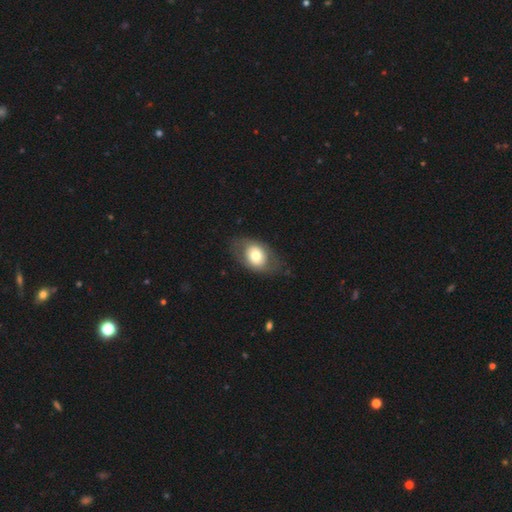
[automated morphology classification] Overall: smooth (62%; featured or disk 31%). How rounded: in between (79%). Merging: none (74%).